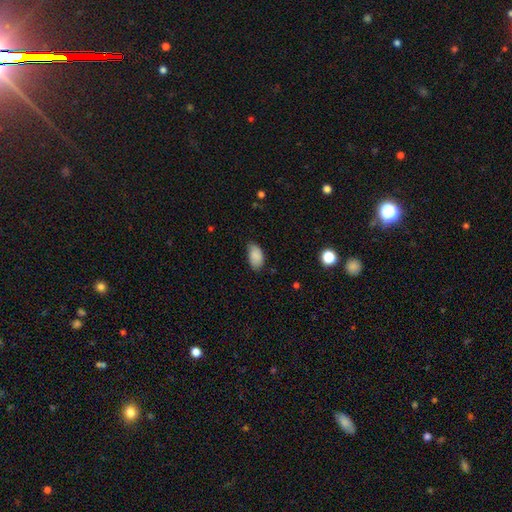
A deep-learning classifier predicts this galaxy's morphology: A smooth galaxy with no disk features (86%) that is in between round and cigar-shaped (93%). Merging: none (64%).